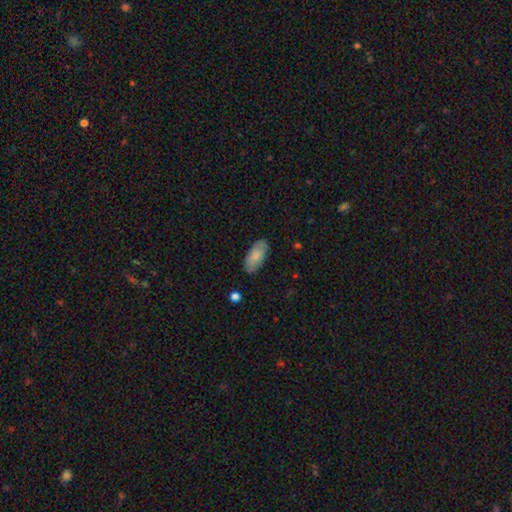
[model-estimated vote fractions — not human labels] This is clearly a smooth galaxy (80%). How rounded: clearly in between (93%). Merging: clearly none (85%).